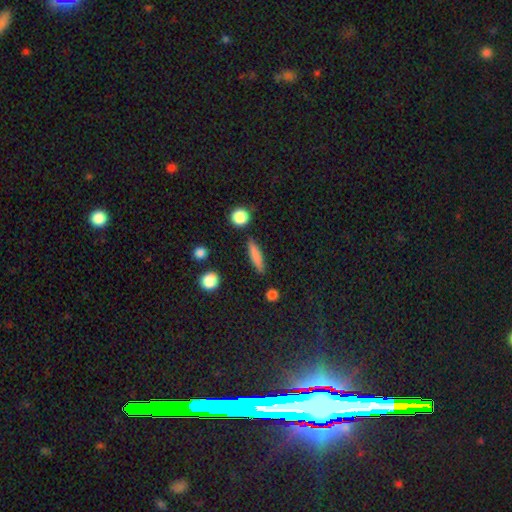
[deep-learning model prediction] Q: Smooth or featured?
A: smooth (77%); runner-up: featured or disk (16%)
Q: How rounded?
A: cigar-shaped (80%); runner-up: in between (17%)
Q: Merging?
A: none (85%); runner-up: minor disturbance (9%)